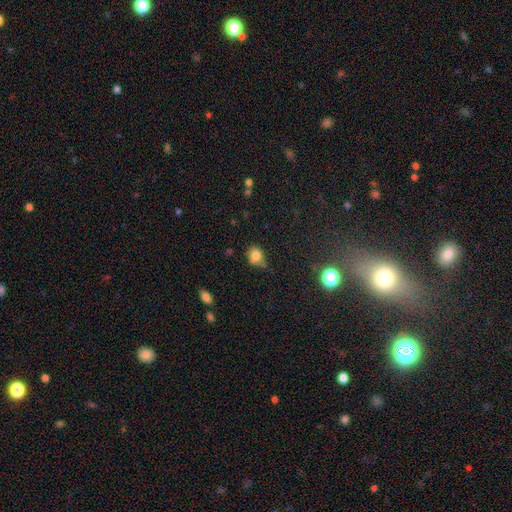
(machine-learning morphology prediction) Q: Smooth or featured?
A: smooth (77%); runner-up: star or artifact (13%)
Q: How rounded?
A: round (57%); runner-up: in between (42%)
Q: Merging?
A: none (50%); runner-up: minor disturbance (34%)